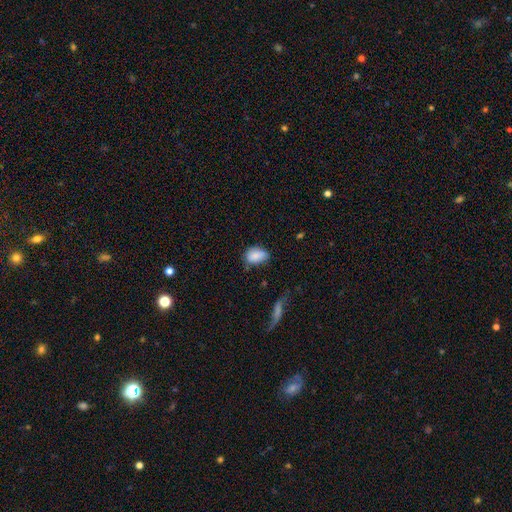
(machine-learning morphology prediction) Smooth or featured? Predicted: smooth (p=0.85). How rounded? Predicted: in between (p=0.84). Merging? Predicted: none (p=0.58).